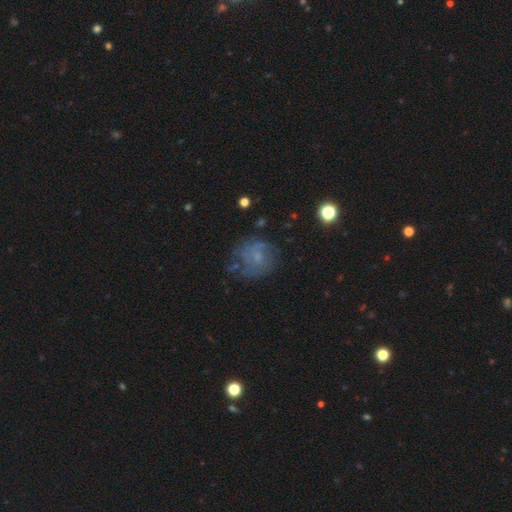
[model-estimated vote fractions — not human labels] Smooth or featured?
  - featured or disk: 49% *
  - smooth: 37%
  - star or artifact: 15%
Merging?
  - none: 54% *
  - minor disturbance: 22%
  - major disturbance: 20%
  - merger: 3%